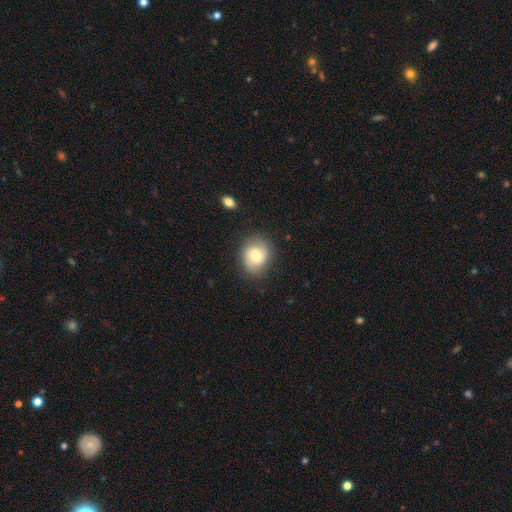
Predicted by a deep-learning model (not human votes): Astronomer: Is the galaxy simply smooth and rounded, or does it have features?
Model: smooth — 55% (runner-up: featured or disk, 37%).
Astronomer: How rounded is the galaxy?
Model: round — 64%.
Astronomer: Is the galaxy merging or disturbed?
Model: none — 79%.